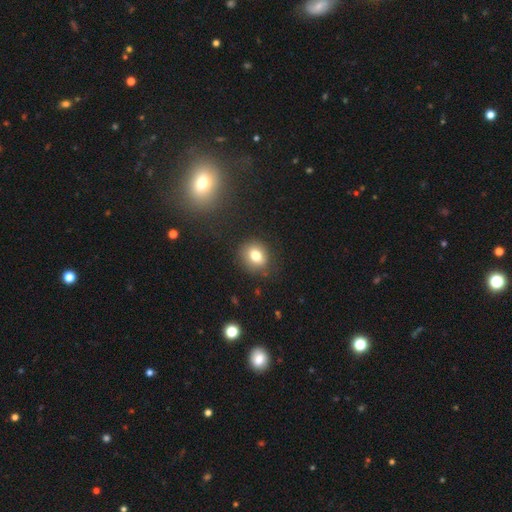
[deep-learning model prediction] This appears to be a smooth galaxy with no disk features (77%) that is round (64%). Merging: none (82%).